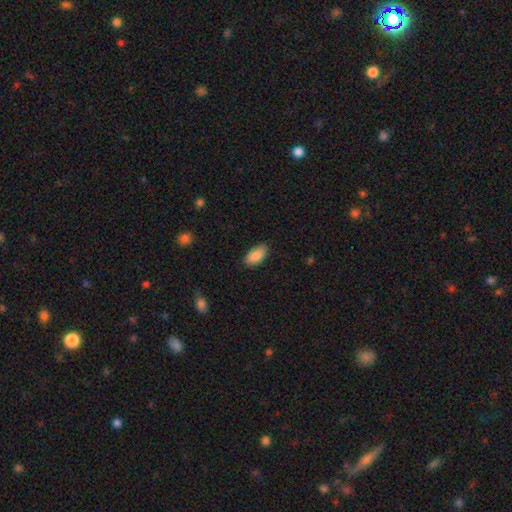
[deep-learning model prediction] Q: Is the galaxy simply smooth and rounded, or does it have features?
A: smooth — 88%.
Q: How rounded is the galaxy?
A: in between — 93%.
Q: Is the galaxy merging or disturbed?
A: none — 83%.